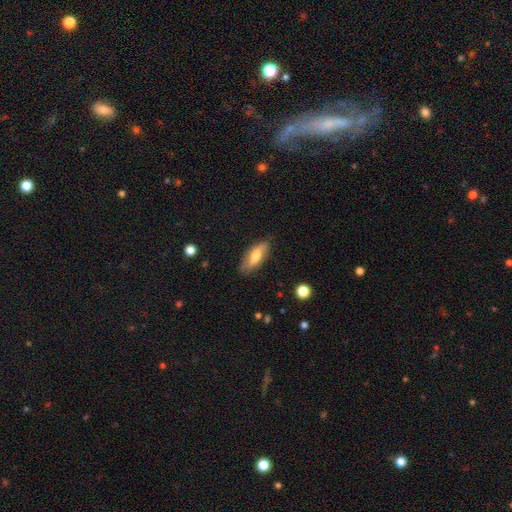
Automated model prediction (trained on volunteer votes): Morphology: type=smooth (54%); roundness=in between (73%); merging=none (82%).